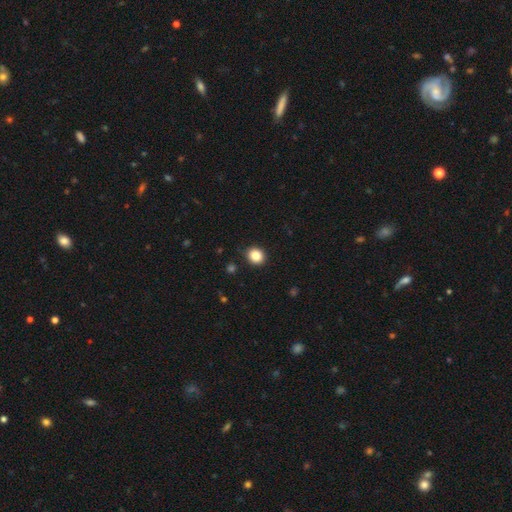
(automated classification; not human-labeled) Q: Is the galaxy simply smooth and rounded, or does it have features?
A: smooth — 85%.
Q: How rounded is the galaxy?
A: round — 76%.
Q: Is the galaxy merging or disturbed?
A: none — 90%.